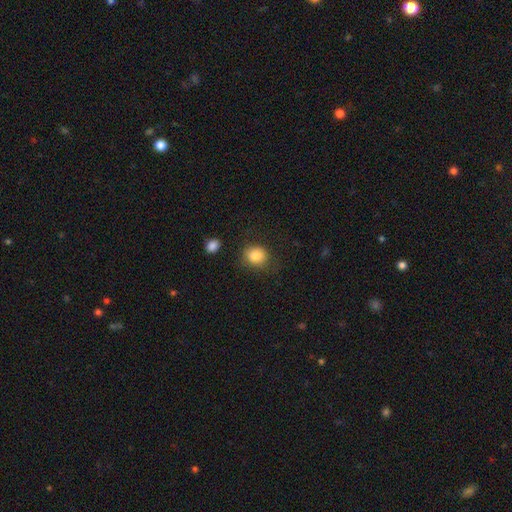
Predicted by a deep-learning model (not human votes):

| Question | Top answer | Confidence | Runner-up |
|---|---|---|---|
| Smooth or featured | smooth | 84% | star or artifact (10%) |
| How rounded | round | 74% | in between (25%) |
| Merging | none | 77% | minor disturbance (15%) |